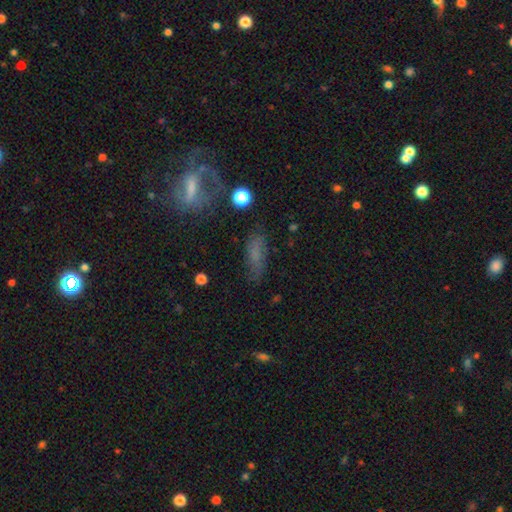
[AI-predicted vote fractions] A smooth galaxy with no disk features (58%) that is in between round and cigar-shaped (66%).

Vote fractions:
- Smooth or featured? smooth: 58% / featured or disk: 26% / star or artifact: 16%
- How rounded? in between: 66% / cigar-shaped: 28% / round: 7%
- Merging? none: 64% / minor disturbance: 22% / major disturbance: 11% / merger: 4%